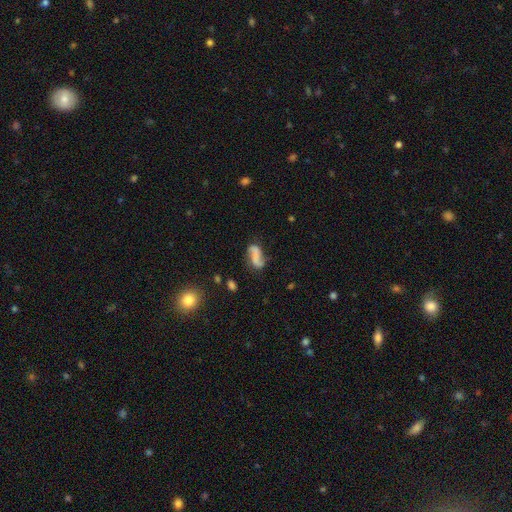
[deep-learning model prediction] Smooth or featured? Predicted: featured or disk (p=0.59). Edge-on disk? Predicted: no (p=0.95). Bar? Predicted: no (p=0.48). Spiral arms? Predicted: yes (p=0.87). Bulge size? Predicted: none (p=0.70). Merging? Predicted: none (p=0.63).